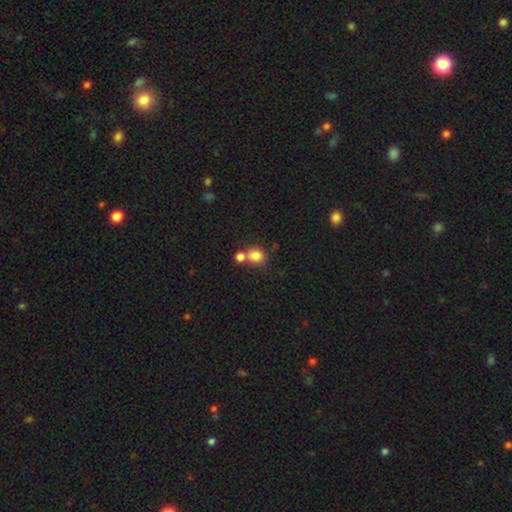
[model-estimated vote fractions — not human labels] smooth 81%, star or artifact 11%, featured or disk 8%. Down the decision tree: how rounded — round (77%); merging — none (46%).